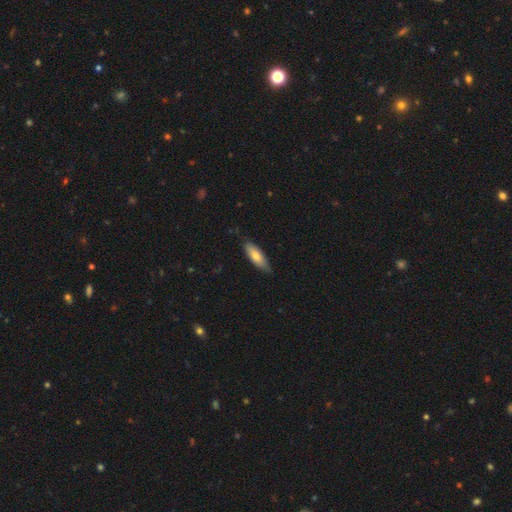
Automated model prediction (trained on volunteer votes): This appears to be a smooth galaxy with no disk features (73%) that is in between round and cigar-shaped (57%). Merging: none (78%).